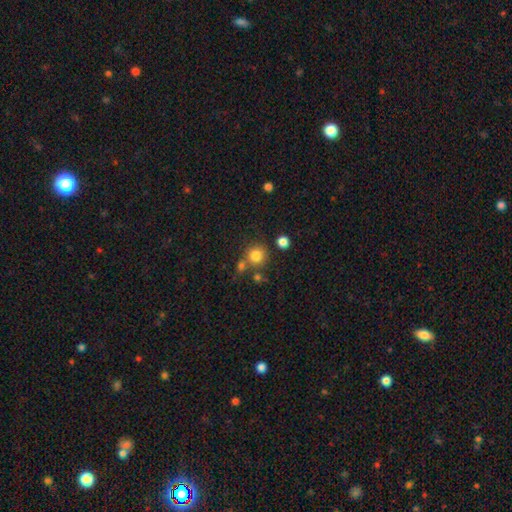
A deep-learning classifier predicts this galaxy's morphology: Smooth or featured? Predicted: smooth (p=0.81). How rounded? Predicted: round (p=0.90). Merging? Predicted: none (p=0.68).